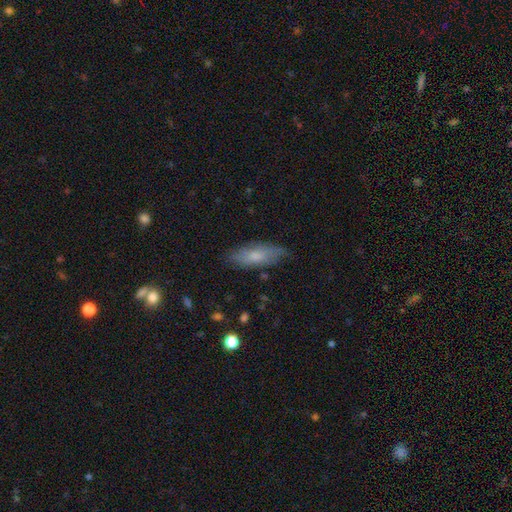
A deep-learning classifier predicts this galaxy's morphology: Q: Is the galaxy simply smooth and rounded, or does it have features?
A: smooth — 68%.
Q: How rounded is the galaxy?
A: in between — 63%.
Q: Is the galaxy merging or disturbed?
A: none — 76%.